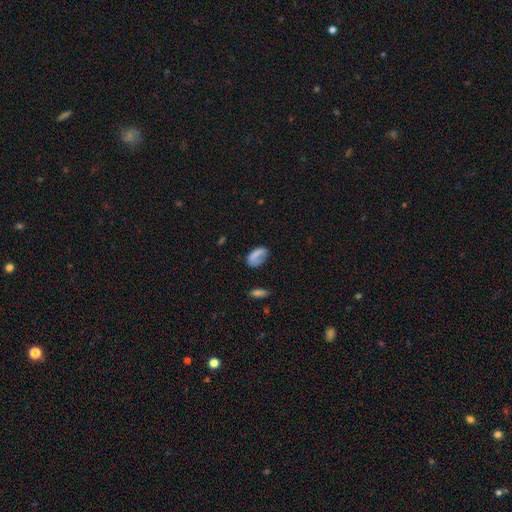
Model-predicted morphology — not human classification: Smooth or featured?
  - smooth: 78% *
  - featured or disk: 13%
  - star or artifact: 10%
How rounded?
  - in between: 89% *
  - round: 8%
  - cigar-shaped: 3%
Merging?
  - none: 54% *
  - minor disturbance: 28%
  - major disturbance: 15%
  - merger: 3%